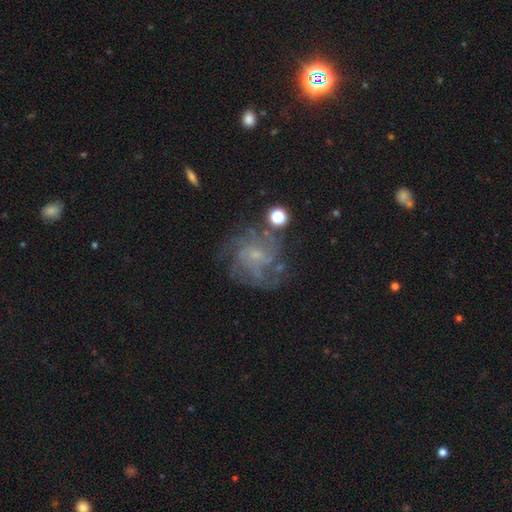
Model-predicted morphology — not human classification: Smooth or featured?
  - featured or disk: 76% *
  - smooth: 12%
  - star or artifact: 11%
Edge-on disk?
  - no: 98% *
  - yes: 2%
Bar?
  - no: 58% *
  - weak: 36%
  - strong: 6%
Spiral arms?
  - yes: 89% *
  - no: 11%
Spiral winding?
  - medium: 42% * (tied)
  - tight: 42% * (tied)
  - loose: 15%
Spiral arm count?
  - can't tell: 35% *
  - 4: 23%
  - 3: 17%
  - 2: 10%
  - more than 4: 9%
  - 1: 6%
Bulge size?
  - small: 70% *
  - moderate: 15%
  - none: 13%
  - large: 1%
  - dominant: 1%
Merging?
  - none: 66% *
  - minor disturbance: 17%
  - major disturbance: 13%
  - merger: 4%